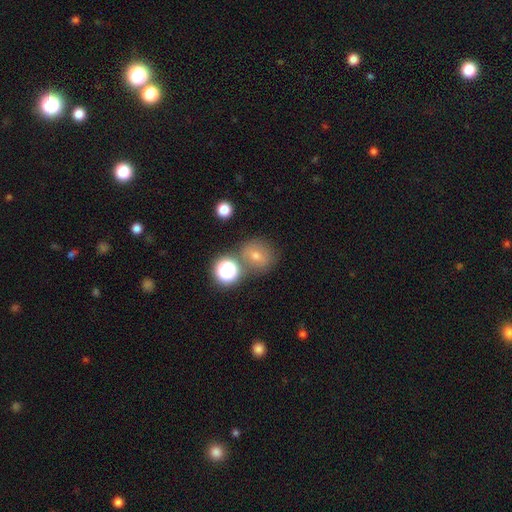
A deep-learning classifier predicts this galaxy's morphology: This is possibly a smooth galaxy (51%). How rounded: clearly round (80%). Merging: likely none (72%).